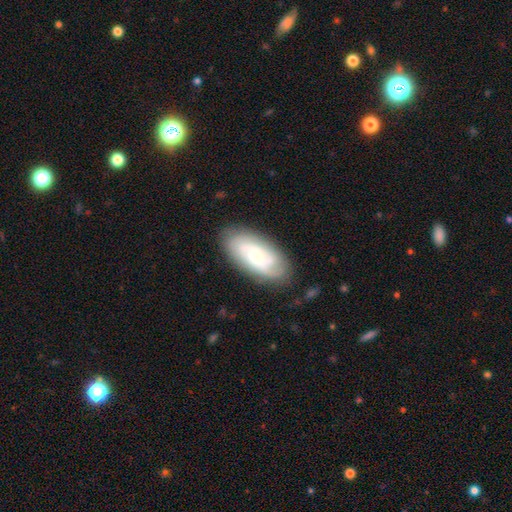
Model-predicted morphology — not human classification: Smooth or featured? Predicted: featured or disk (p=0.65). Edge-on disk? Predicted: no (p=0.93). Bar? Predicted: no (p=0.70). Spiral arms? Predicted: yes (p=0.86). Spiral winding? Predicted: tight (p=0.55). Spiral arm count? Predicted: can't tell (p=0.40). Bulge size? Predicted: small (p=0.52). Merging? Predicted: none (p=0.81).